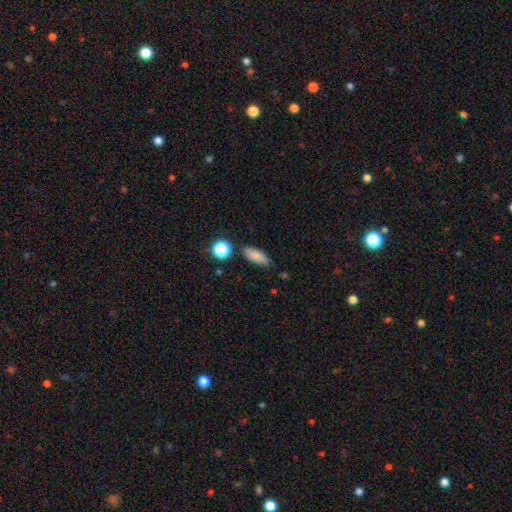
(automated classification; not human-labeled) Overall: smooth (83%). How rounded: in between (72%). Merging: none (82%).